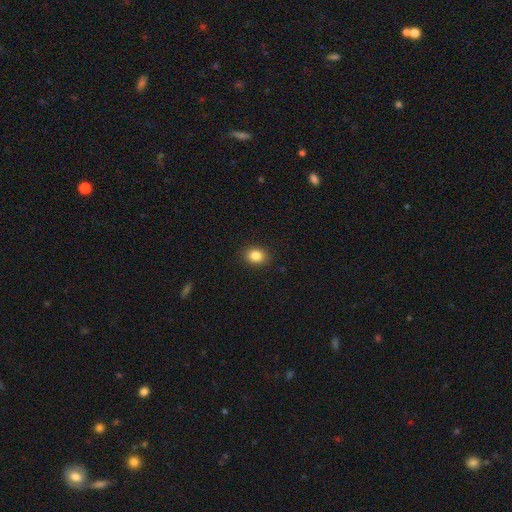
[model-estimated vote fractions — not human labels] smooth_or_featured: smooth (p=0.85) [alt: star or artifact p=0.10]
how_rounded: round (p=0.54) [alt: in between p=0.45]
merging: none (p=0.89) [alt: minor disturbance p=0.08]